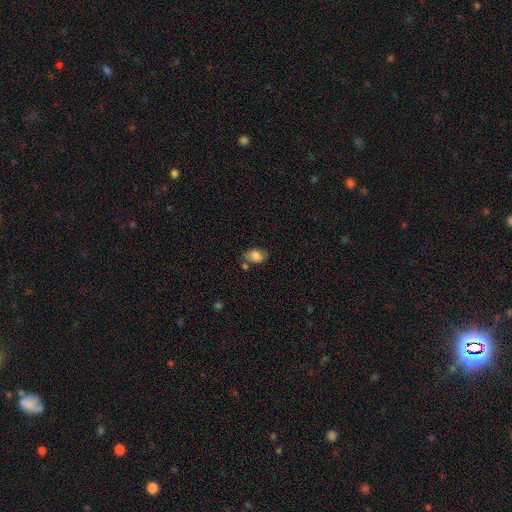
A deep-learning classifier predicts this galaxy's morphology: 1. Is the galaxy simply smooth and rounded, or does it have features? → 78% smooth, 13% featured or disk, 9% star or artifact.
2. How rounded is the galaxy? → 83% in between, 16% round, 1% cigar-shaped.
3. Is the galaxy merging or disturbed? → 60% none, 21% minor disturbance, 12% merger, 7% major disturbance.